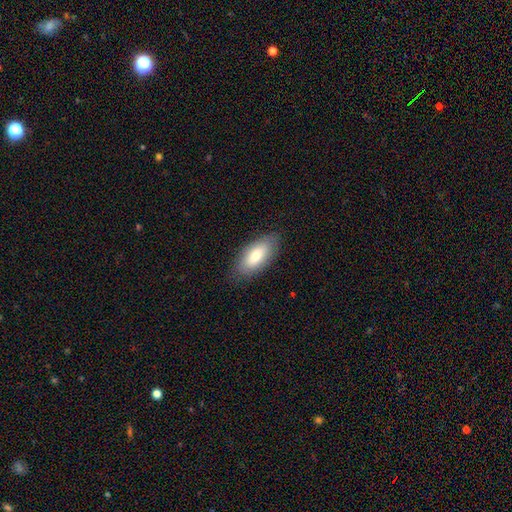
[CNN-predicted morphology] This appears to be a smooth galaxy with no disk features (76%) that is in between round and cigar-shaped (89%). Merging: none (83%).